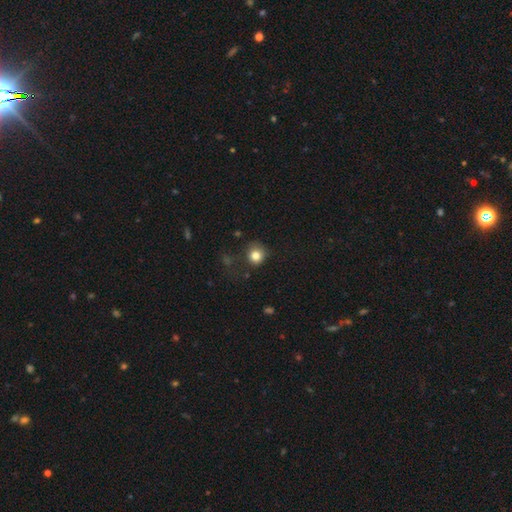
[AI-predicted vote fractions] A smooth galaxy with no disk features (82%) that is round (89%). Merging: none (70%).